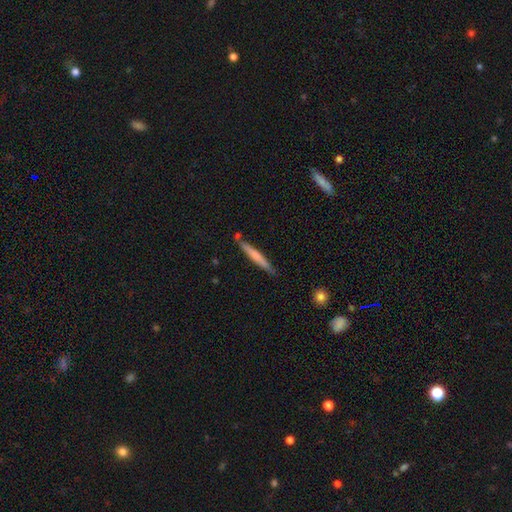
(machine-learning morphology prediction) Smooth or featured?
  - smooth: 62% *
  - featured or disk: 33%
  - star or artifact: 5%
How rounded?
  - cigar-shaped: 96% *
  - in between: 3%
  - round: 1%
Merging?
  - none: 81% *
  - minor disturbance: 12%
  - merger: 5%
  - major disturbance: 2%